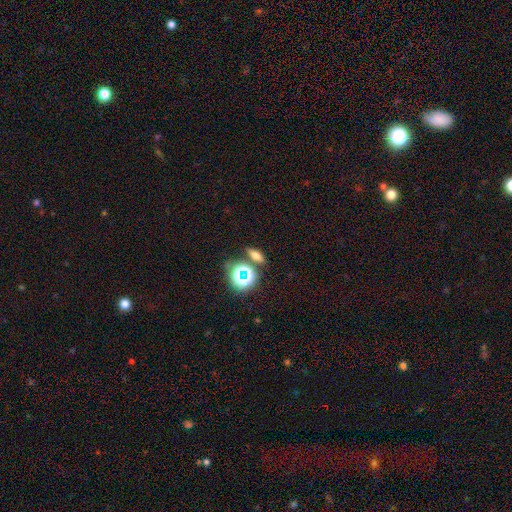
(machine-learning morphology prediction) type=smooth (53%); roundness=in between (53%); merging=none (79%).